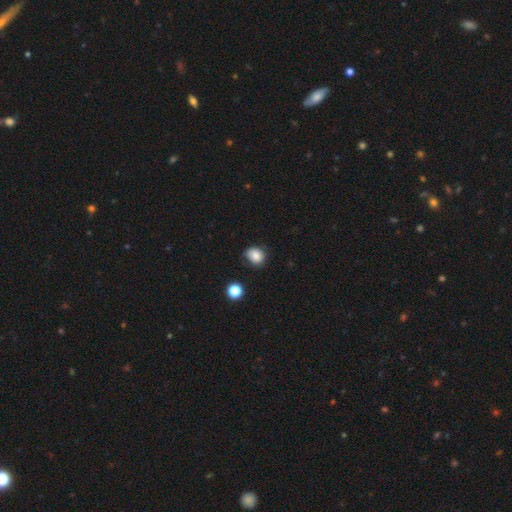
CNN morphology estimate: This appears to be a smooth galaxy with no disk features (80%) that is round (66%). Merging: none (73%).